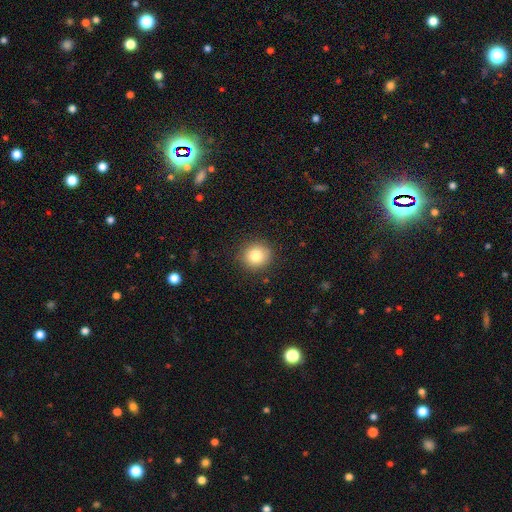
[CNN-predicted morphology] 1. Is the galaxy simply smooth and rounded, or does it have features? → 82% smooth, 10% star or artifact, 8% featured or disk.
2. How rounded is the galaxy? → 89% round, 10% in between, 1% cigar-shaped.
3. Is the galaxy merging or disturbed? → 89% none, 8% minor disturbance, 2% major disturbance, 1% merger.